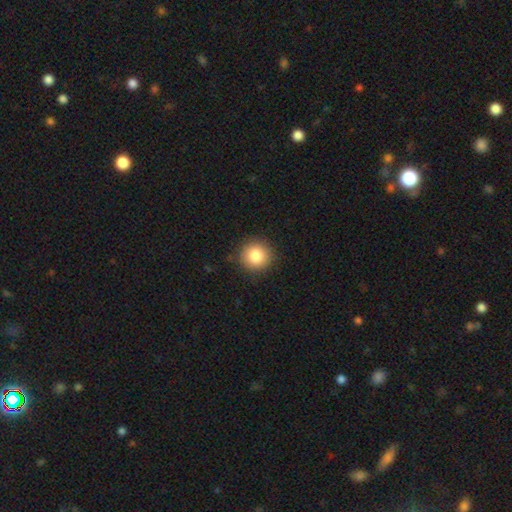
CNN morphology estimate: Overall: smooth (84%). How rounded: round (93%). Merging: none (90%).